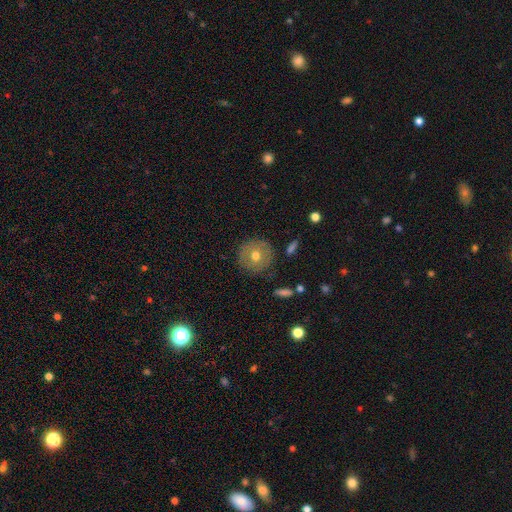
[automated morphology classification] The model was most divided on "smooth or featured": smooth: 61%, featured or disk: 30%, star or artifact: 9%. More confident: how rounded — round (94%); merging — none (87%).